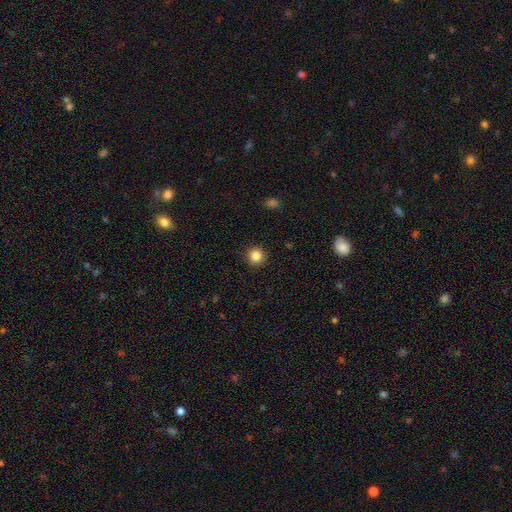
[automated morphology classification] Smooth or featured?
  - smooth: 85% *
  - star or artifact: 11%
  - featured or disk: 4%
How rounded?
  - round: 94% *
  - in between: 5%
  - cigar-shaped: 1%
Merging?
  - none: 91% *
  - minor disturbance: 6%
  - major disturbance: 2%
  - merger: 1%